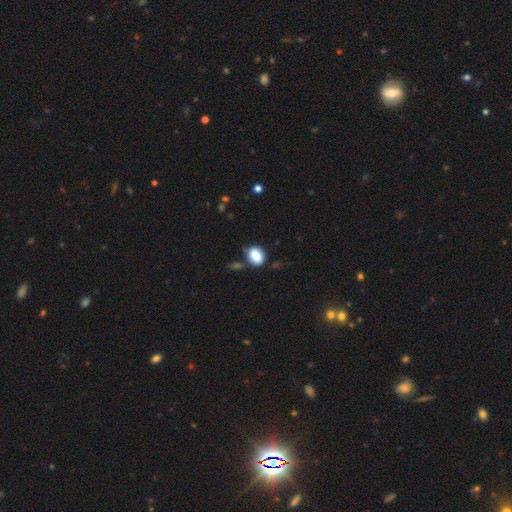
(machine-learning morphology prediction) smooth-or-featured: smooth: 87% | star or artifact: 8% | featured or disk: 5%
  how-rounded: in between: 70% | round: 29% | cigar-shaped: 1%
  merging: none: 64% | minor disturbance: 22% | merger: 8% | major disturbance: 6%